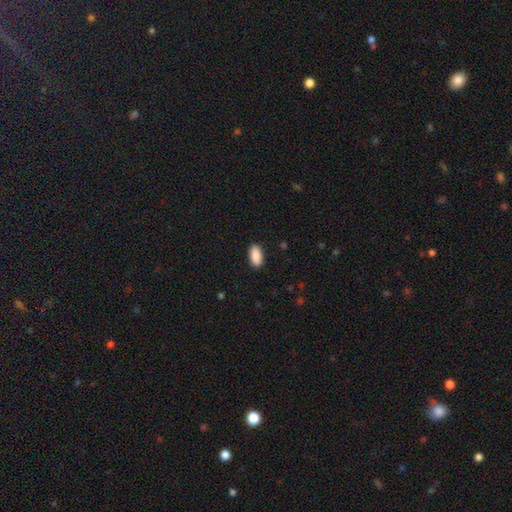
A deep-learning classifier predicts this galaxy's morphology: This appears to be a smooth galaxy with no disk features (89%) that is in between round and cigar-shaped (91%). Merging: none (89%).